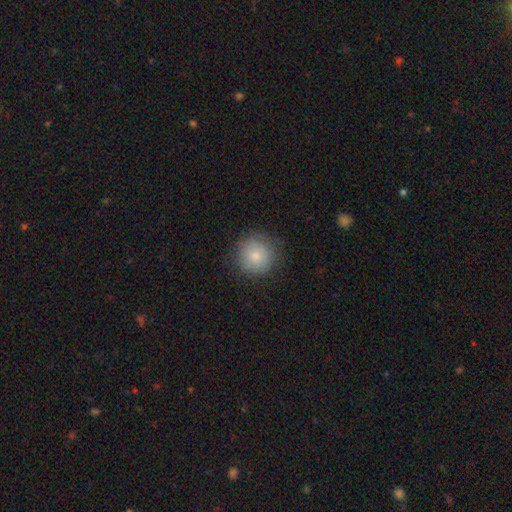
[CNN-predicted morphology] Overall: smooth (82%). How rounded: round (94%). Merging: none (83%).